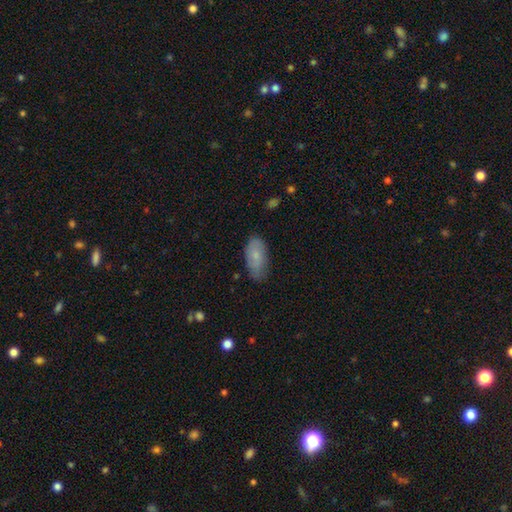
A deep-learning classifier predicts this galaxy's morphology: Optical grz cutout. It shows a smooth galaxy with no disk features (73%) that is in between round and cigar-shaped (90%). Merging: none (72%).